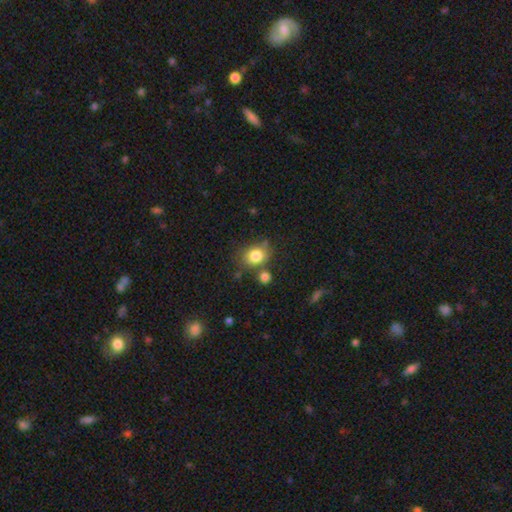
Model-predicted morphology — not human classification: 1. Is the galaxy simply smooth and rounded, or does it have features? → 82% smooth, 9% star or artifact, 9% featured or disk.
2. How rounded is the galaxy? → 52% round, 47% in between, 1% cigar-shaped.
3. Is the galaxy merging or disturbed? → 64% none, 17% minor disturbance, 14% merger, 5% major disturbance.